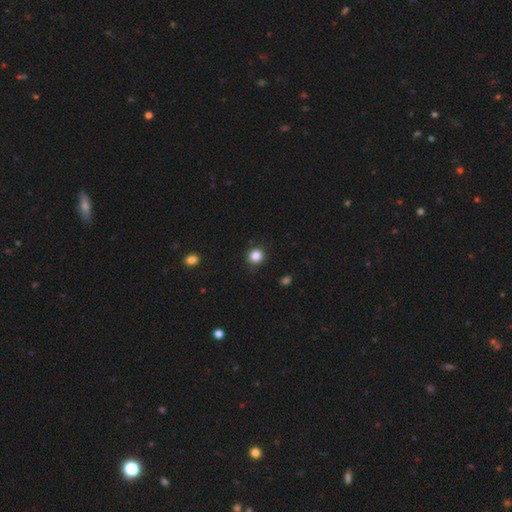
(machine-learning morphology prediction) A smooth galaxy with no disk features (85%) that is round (89%). Merging: none (88%).